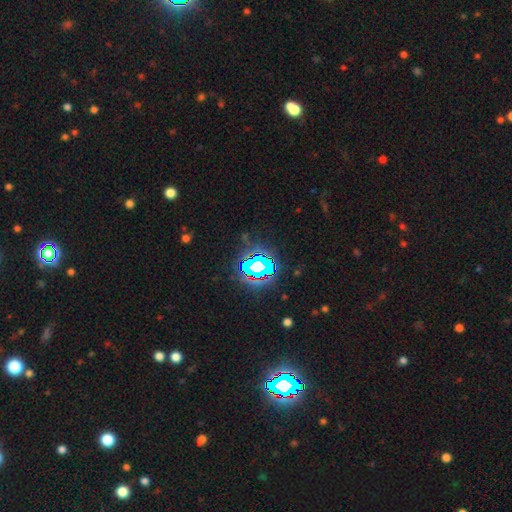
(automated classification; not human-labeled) A star or artifact, not a galaxy (82%).